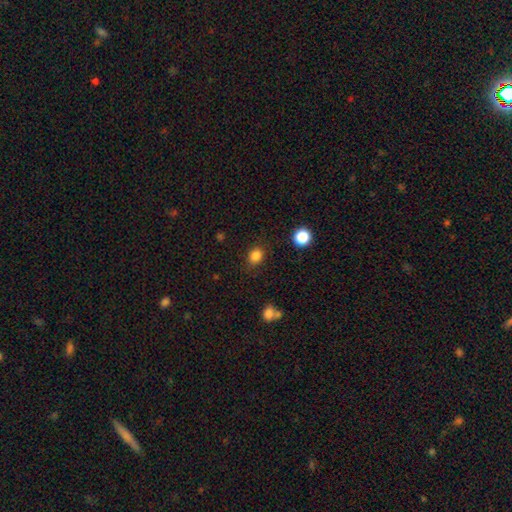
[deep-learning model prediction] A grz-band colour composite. It shows a smooth galaxy with no disk features (84%) that is round (62%). Merging: none (82%).